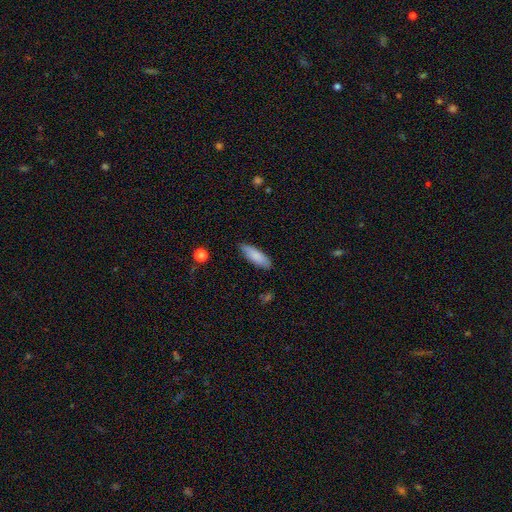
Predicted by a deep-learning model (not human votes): The model was most divided on "how rounded": in between: 56%, cigar-shaped: 43%, round: 2%. More confident: smooth or featured — smooth (84%); merging — none (81%).